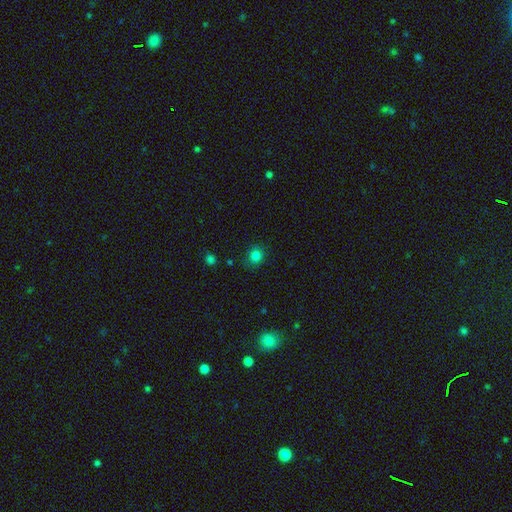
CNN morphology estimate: smooth-or-featured: smooth: 80% | star or artifact: 15% | featured or disk: 5%
  how-rounded: round: 76% | in between: 23% | cigar-shaped: 1%
  merging: none: 83% | minor disturbance: 12% | major disturbance: 3% | merger: 2%